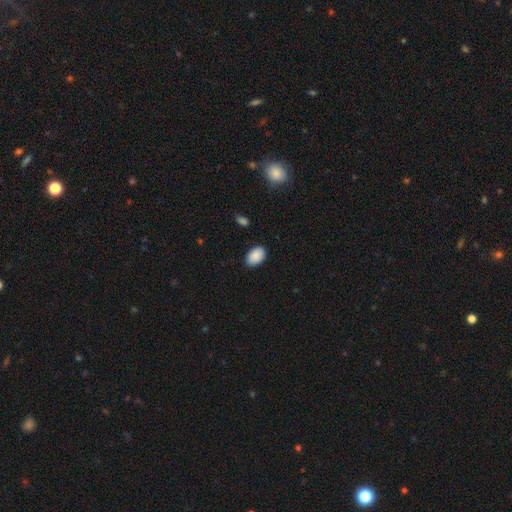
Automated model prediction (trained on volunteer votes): A smooth galaxy with no disk features (90%) that is in between round and cigar-shaped (88%). Merging: none (87%).